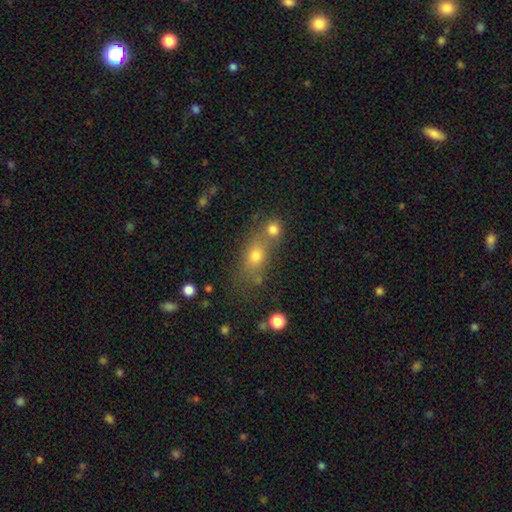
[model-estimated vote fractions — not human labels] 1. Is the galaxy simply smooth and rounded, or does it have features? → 69% smooth, 16% star or artifact, 15% featured or disk.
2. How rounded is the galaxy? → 52% in between, 40% round, 8% cigar-shaped.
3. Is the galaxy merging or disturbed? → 48% none, 36% merger, 11% minor disturbance, 5% major disturbance.